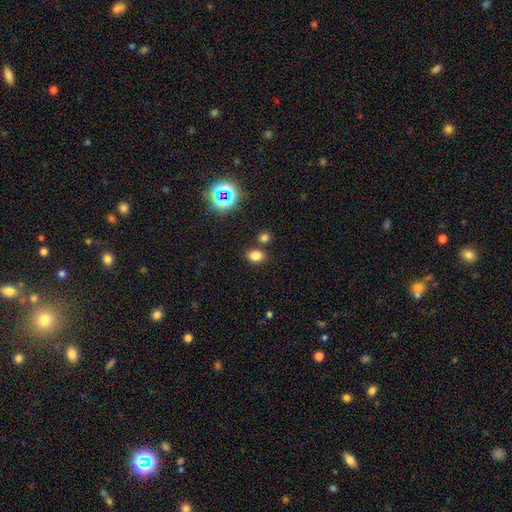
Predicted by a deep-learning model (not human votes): Smooth or featured: smooth — 78% (star or artifact — 17%)
How rounded: in between — 69% (round — 30%)
Merging: none — 75% (merger — 12%)